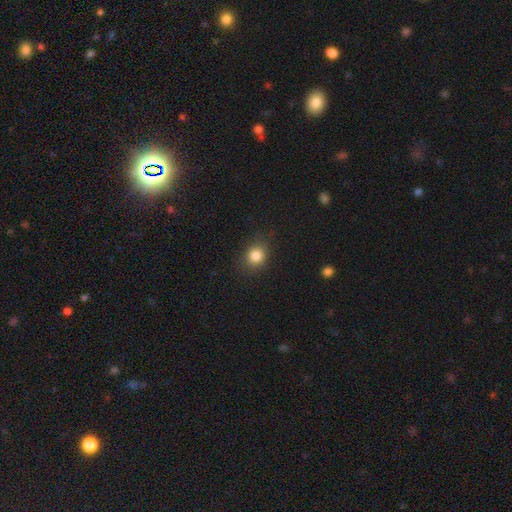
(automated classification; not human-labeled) Smooth or featured?
  - smooth: 84% *
  - star or artifact: 11%
  - featured or disk: 5%
How rounded?
  - round: 67% *
  - in between: 32%
  - cigar-shaped: 1%
Merging?
  - none: 83% *
  - minor disturbance: 12%
  - major disturbance: 4%
  - merger: 1%